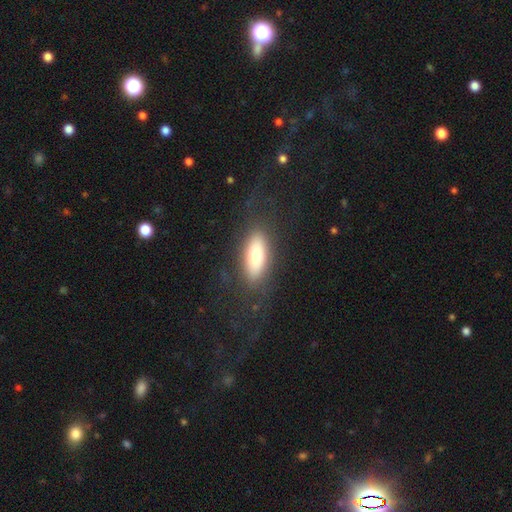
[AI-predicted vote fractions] Smooth or featured?
  - smooth: 67% *
  - featured or disk: 26%
  - star or artifact: 7%
How rounded?
  - in between: 75% *
  - cigar-shaped: 22%
  - round: 3%
Merging?
  - none: 78% *
  - minor disturbance: 12%
  - major disturbance: 9%
  - merger: 1%